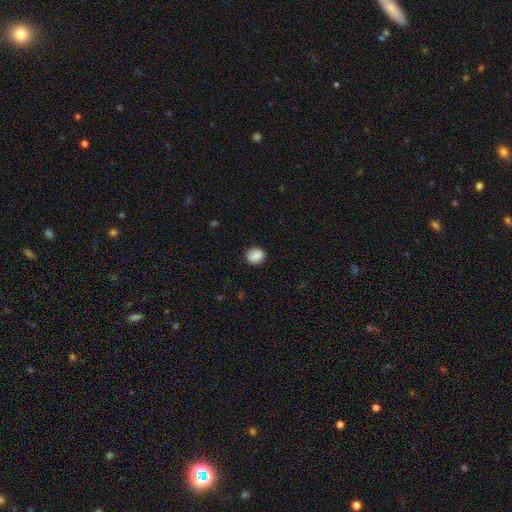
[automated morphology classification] smooth 87%, star or artifact 8%, featured or disk 4%. Down the decision tree: how rounded — round (64%); merging — none (84%).